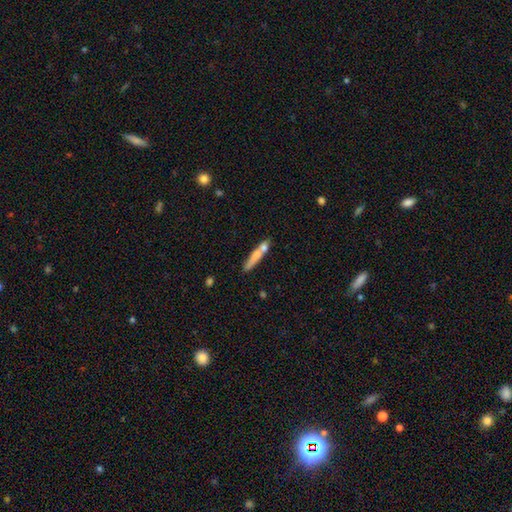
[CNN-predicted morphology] smooth 66%, featured or disk 27%, star or artifact 7%. Down the decision tree: how rounded — cigar-shaped (87%); merging — none (53%).